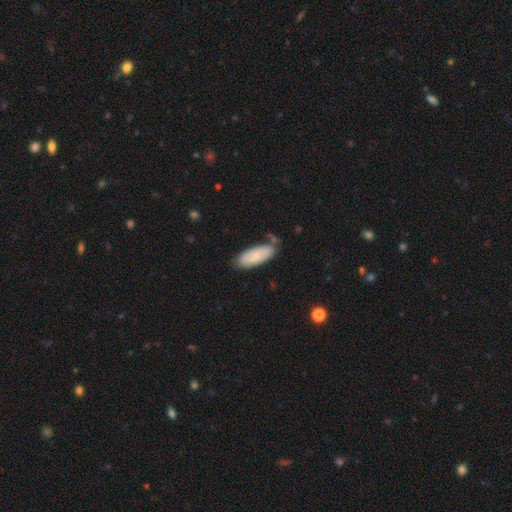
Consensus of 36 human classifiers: Q: Smooth or featured?
A: smooth (53%); runner-up: featured or disk (44%)
Q: How rounded?
A: in between (89%); runner-up: cigar-shaped (11%)
Q: Merging?
A: none (66%); runner-up: minor disturbance (26%)